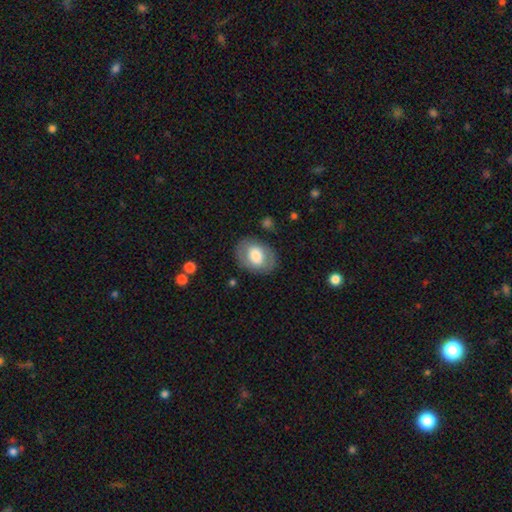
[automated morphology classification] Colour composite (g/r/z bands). It shows a smooth galaxy with no disk features (63%) that is in between round and cigar-shaped (75%). Merging: none (81%).